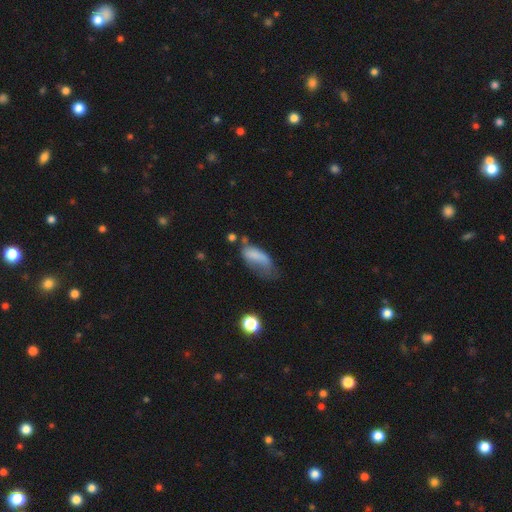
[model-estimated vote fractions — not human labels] Q: Smooth or featured?
A: smooth (69%); runner-up: featured or disk (21%)
Q: How rounded?
A: in between (82%); runner-up: cigar-shaped (14%)
Q: Merging?
A: major disturbance (44%); runner-up: minor disturbance (27%)